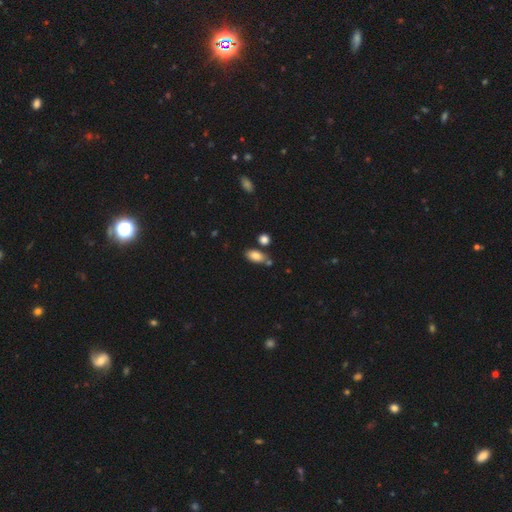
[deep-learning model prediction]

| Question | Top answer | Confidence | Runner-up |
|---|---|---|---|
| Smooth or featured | smooth | 84% | star or artifact (9%) |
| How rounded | in between | 91% | round (5%) |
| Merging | none | 67% | minor disturbance (15%) |